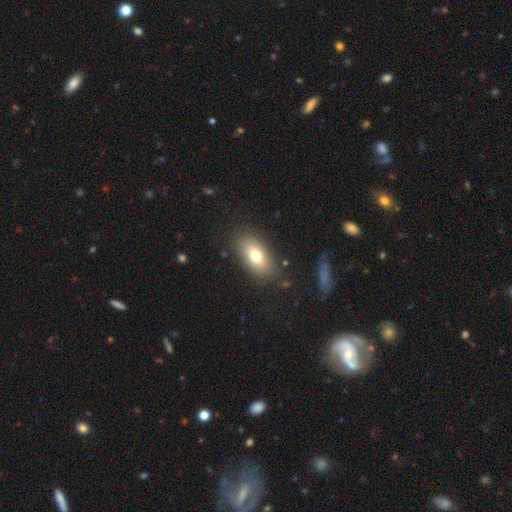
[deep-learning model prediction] This appears to be a smooth galaxy with no disk features (74%) that is in between round and cigar-shaped (88%). Merging: none (83%).